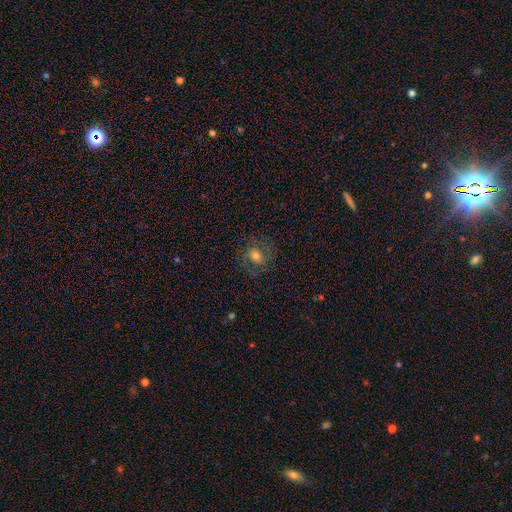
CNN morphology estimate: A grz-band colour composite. It shows a smooth galaxy with no disk features (51%) that is round (63%). Merging: none (77%).